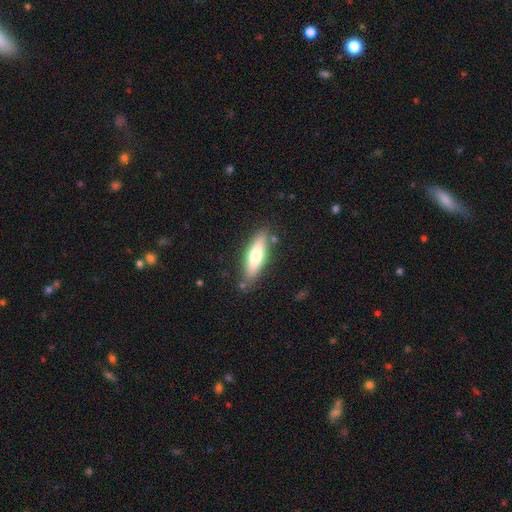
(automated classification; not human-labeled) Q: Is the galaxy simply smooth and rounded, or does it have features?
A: smooth — 63%.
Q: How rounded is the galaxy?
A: cigar-shaped — 60%.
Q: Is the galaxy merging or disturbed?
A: none — 80%.